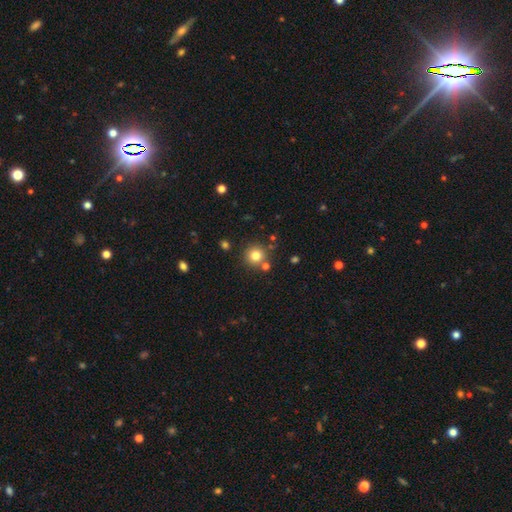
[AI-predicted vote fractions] The model was most divided on "smooth or featured": smooth: 79%, star or artifact: 13%, featured or disk: 8%. More confident: how rounded — round (94%); merging — none (80%).